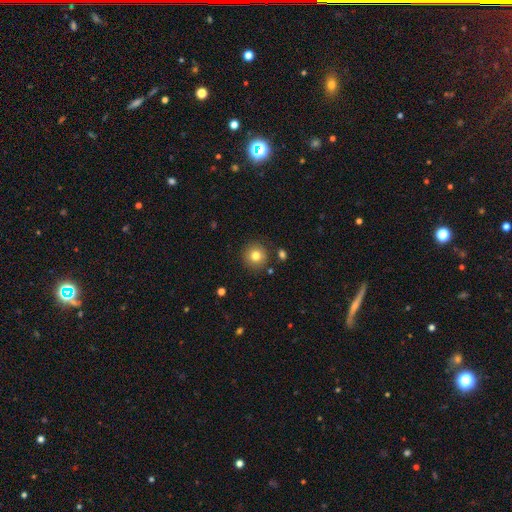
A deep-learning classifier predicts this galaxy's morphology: Q: Smooth or featured?
A: smooth (80%); runner-up: star or artifact (11%)
Q: How rounded?
A: round (94%); runner-up: in between (5%)
Q: Merging?
A: none (88%); runner-up: minor disturbance (7%)